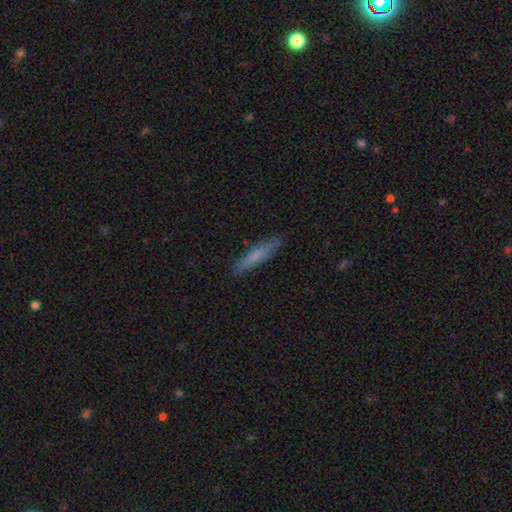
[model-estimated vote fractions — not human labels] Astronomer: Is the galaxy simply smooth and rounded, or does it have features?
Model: smooth — 70%.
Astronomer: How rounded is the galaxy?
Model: cigar-shaped — 87%.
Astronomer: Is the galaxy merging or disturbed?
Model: none — 84%.